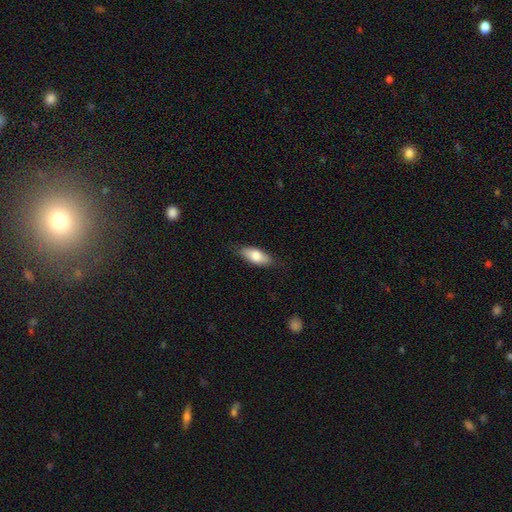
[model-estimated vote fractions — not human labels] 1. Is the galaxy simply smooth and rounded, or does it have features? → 78% smooth, 15% featured or disk, 6% star or artifact.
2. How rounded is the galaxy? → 81% in between, 16% cigar-shaped, 3% round.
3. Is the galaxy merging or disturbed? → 81% none, 15% minor disturbance, 3% major disturbance, 1% merger.